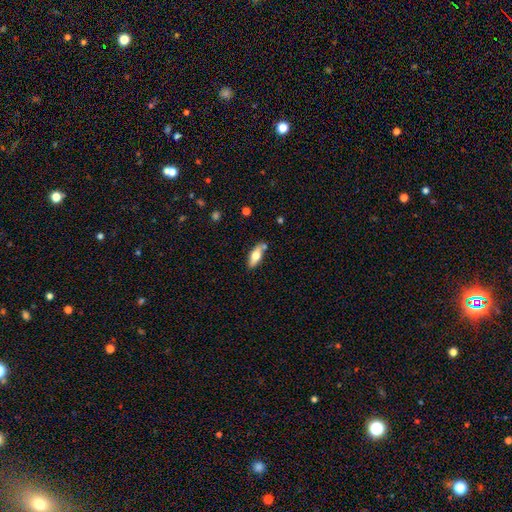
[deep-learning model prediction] smooth-or-featured: smooth: 64% | featured or disk: 30% | star or artifact: 6%
  how-rounded: in between: 70% | cigar-shaped: 27% | round: 3%
  merging: none: 75% | minor disturbance: 15% | merger: 7% | major disturbance: 3%